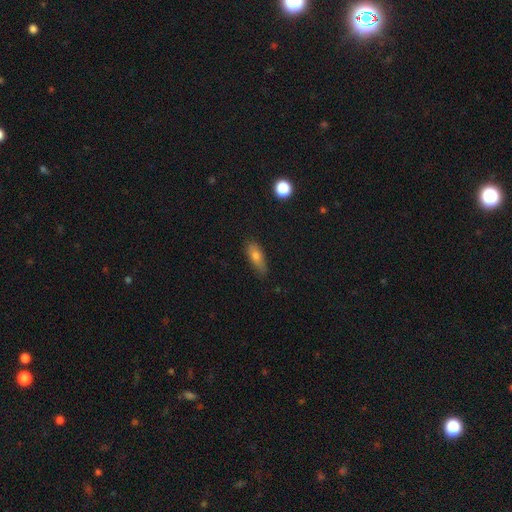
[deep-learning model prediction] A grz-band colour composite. It shows a smooth galaxy with no disk features (73%) that is in between round and cigar-shaped (64%). Merging: none (72%).